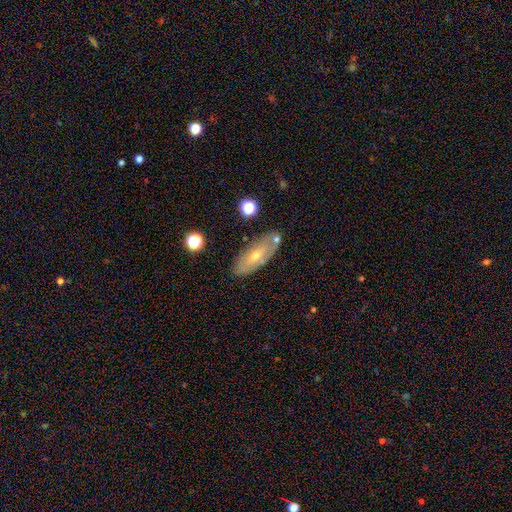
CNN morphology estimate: This appears to be a featured or disk galaxy (47%). Merging: none (76%).